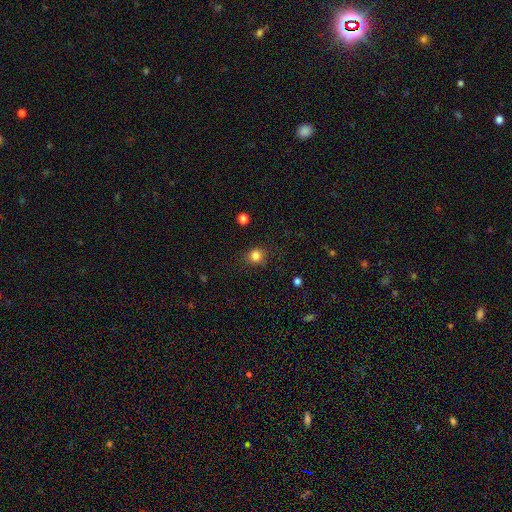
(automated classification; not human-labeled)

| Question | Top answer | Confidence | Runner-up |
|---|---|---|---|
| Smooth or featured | smooth | 83% | star or artifact (12%) |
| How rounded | round | 87% | in between (12%) |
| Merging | none | 86% | minor disturbance (10%) |